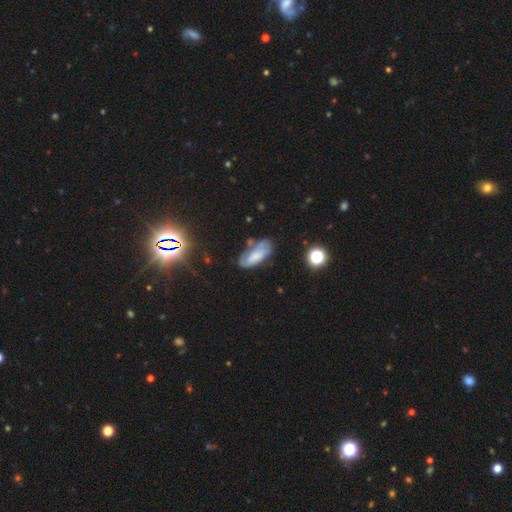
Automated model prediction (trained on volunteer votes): This appears to be a smooth galaxy with no disk features (49%). Merging: none (54%).